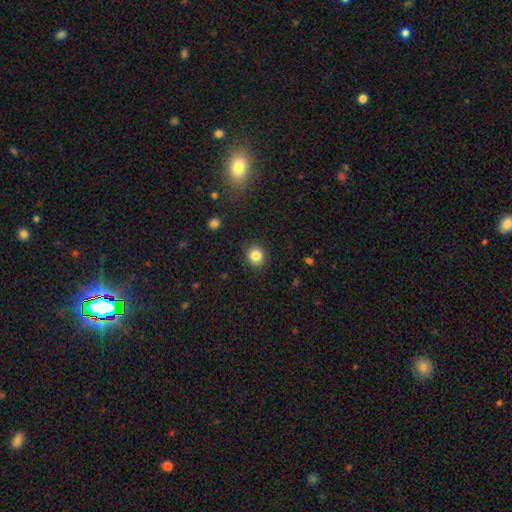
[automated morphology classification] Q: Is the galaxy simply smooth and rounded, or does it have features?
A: smooth — 84%.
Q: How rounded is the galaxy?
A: round — 90%.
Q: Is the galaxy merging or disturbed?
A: none — 91%.